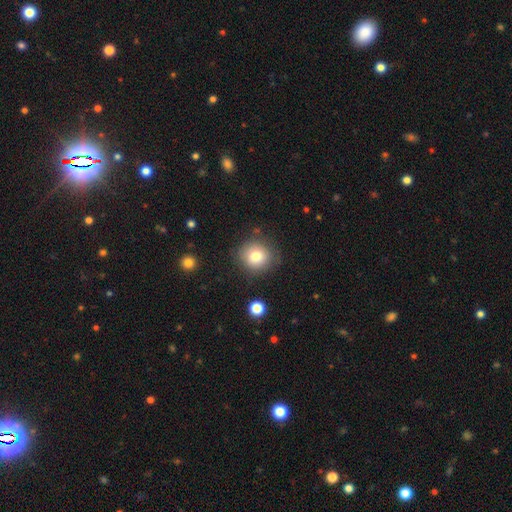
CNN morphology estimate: smooth-or-featured: smooth: 79% | star or artifact: 11% | featured or disk: 10%
  how-rounded: round: 87% | in between: 12% | cigar-shaped: 1%
  merging: none: 82% | minor disturbance: 11% | major disturbance: 4% | merger: 3%